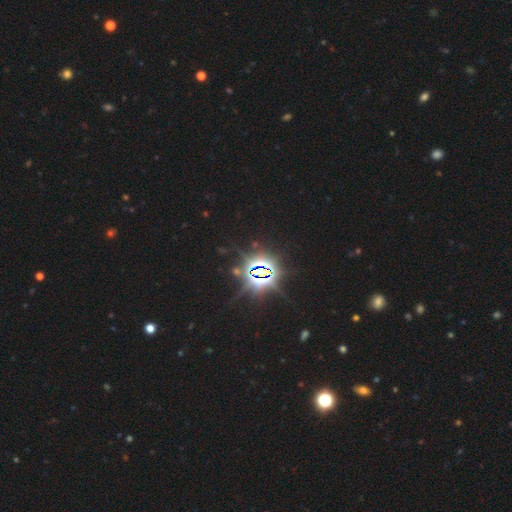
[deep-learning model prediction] smooth_or_featured: star or artifact (p=0.86) [alt: smooth p=0.08]